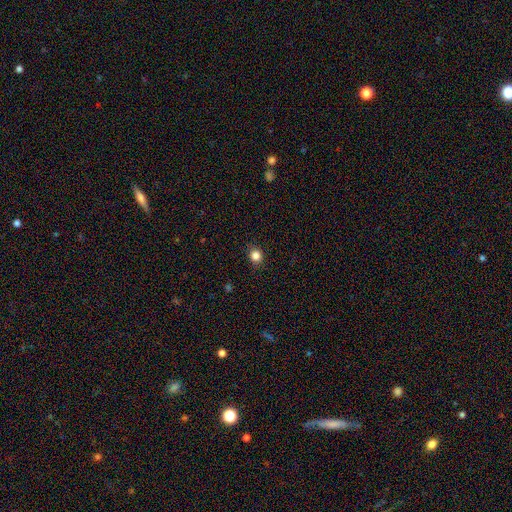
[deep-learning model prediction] The model was most divided on "how rounded": round: 79%, in between: 20%, cigar-shaped: 1%. More confident: merging — none (89%); smooth or featured — smooth (84%).